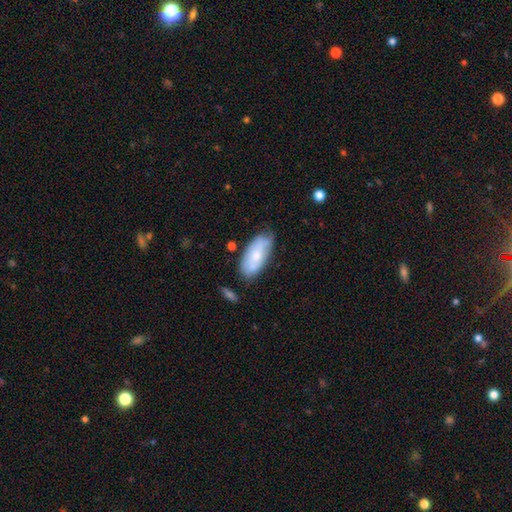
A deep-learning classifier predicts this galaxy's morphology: Q: Smooth or featured?
A: smooth (53%); runner-up: featured or disk (41%)
Q: How rounded?
A: in between (87%); runner-up: cigar-shaped (10%)
Q: Merging?
A: none (68%); runner-up: minor disturbance (23%)